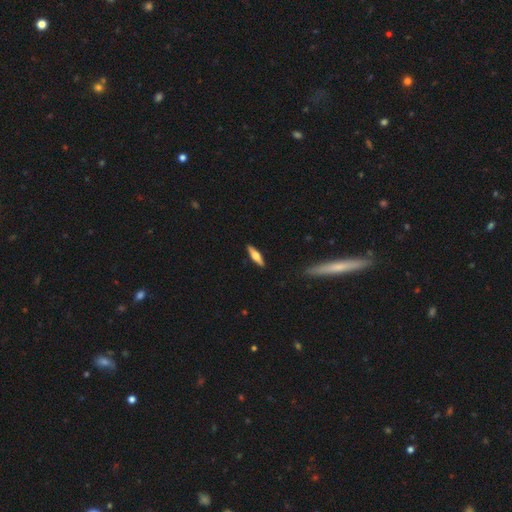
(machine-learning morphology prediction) The model was most divided on "smooth or featured": smooth: 50%, featured or disk: 45%, star or artifact: 6%. More confident: merging — none (90%).